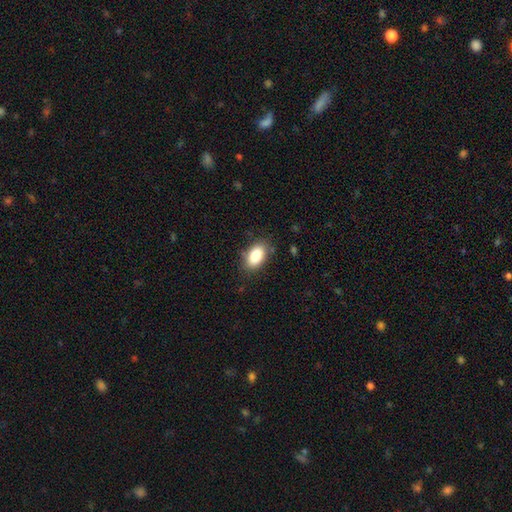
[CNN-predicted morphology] This appears to be a smooth galaxy with no disk features (85%) that is in between round and cigar-shaped (92%). Merging: none (83%).